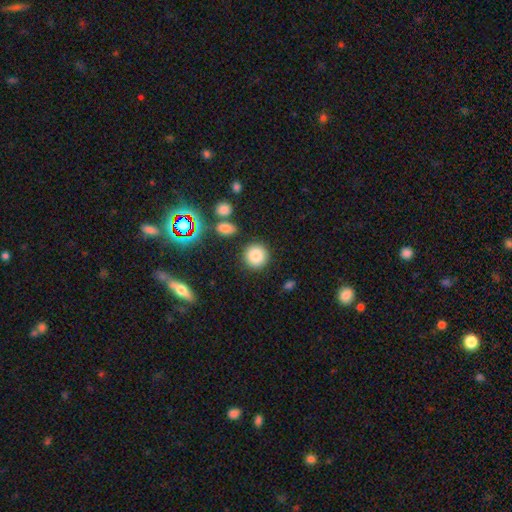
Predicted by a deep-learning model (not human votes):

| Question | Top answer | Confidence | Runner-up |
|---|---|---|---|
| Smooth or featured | smooth | 84% | star or artifact (11%) |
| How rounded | round | 92% | in between (7%) |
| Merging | none | 86% | minor disturbance (7%) |